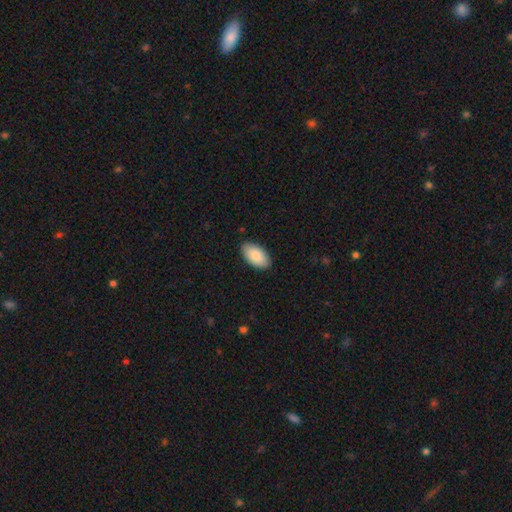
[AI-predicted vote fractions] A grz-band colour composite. It shows a smooth galaxy with no disk features (85%) that is in between round and cigar-shaped (96%). Merging: none (87%).